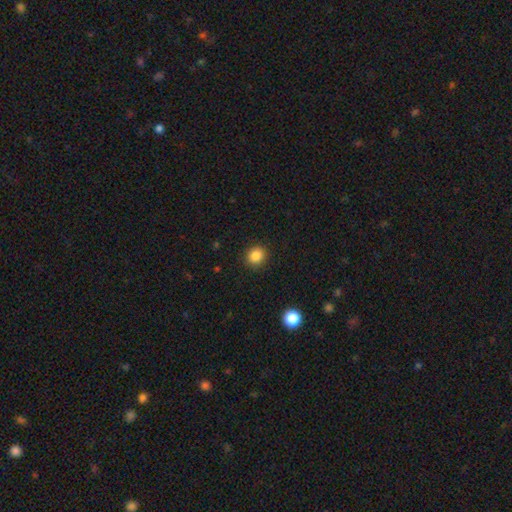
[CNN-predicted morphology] smooth_or_featured: smooth (p=0.86) [alt: star or artifact p=0.11]
how_rounded: round (p=0.83) [alt: in between p=0.16]
merging: none (p=0.91) [alt: minor disturbance p=0.06]